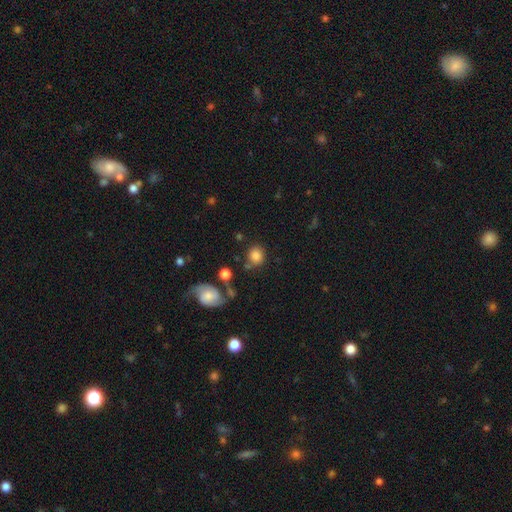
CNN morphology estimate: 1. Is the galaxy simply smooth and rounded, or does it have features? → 81% smooth, 9% featured or disk, 9% star or artifact.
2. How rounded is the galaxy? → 78% round, 21% in between, 1% cigar-shaped.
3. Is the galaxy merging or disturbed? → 72% none, 13% minor disturbance, 9% merger, 6% major disturbance.